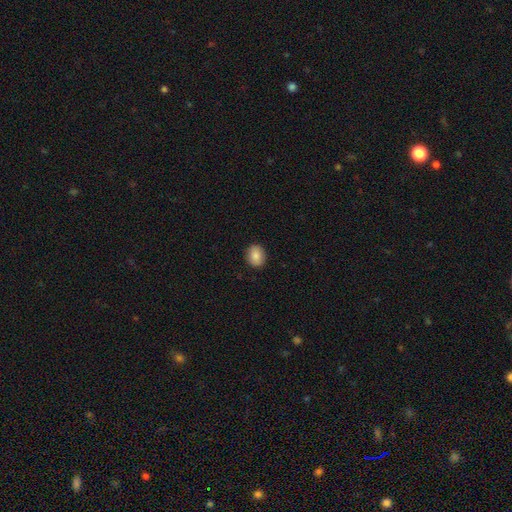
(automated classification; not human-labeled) smooth 86%, star or artifact 8%, featured or disk 6%. Down the decision tree: how rounded — round (52%); merging — none (90%).